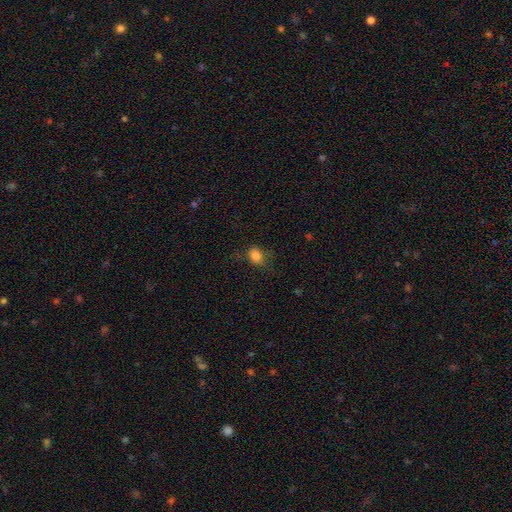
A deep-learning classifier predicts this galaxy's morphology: Q: Smooth or featured?
A: smooth (83%); runner-up: star or artifact (11%)
Q: How rounded?
A: round (51%); runner-up: in between (48%)
Q: Merging?
A: none (73%); runner-up: minor disturbance (19%)